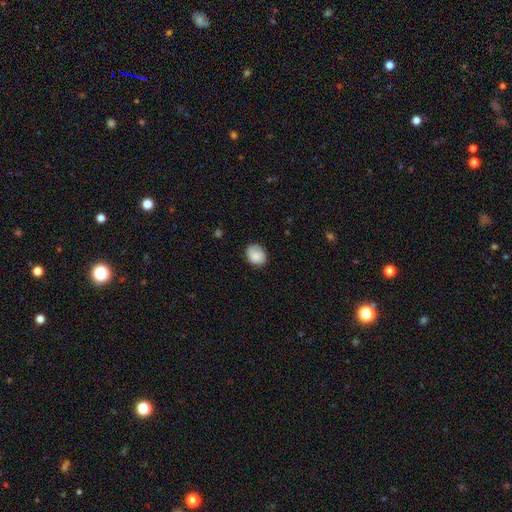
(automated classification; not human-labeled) A smooth galaxy with no disk features (86%) that is round (55%). Merging: none (79%).